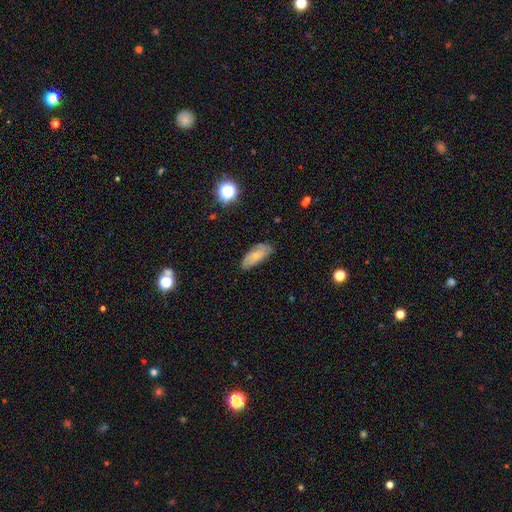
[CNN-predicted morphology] type=smooth (70%); roundness=in between (81%); merging=none (74%).